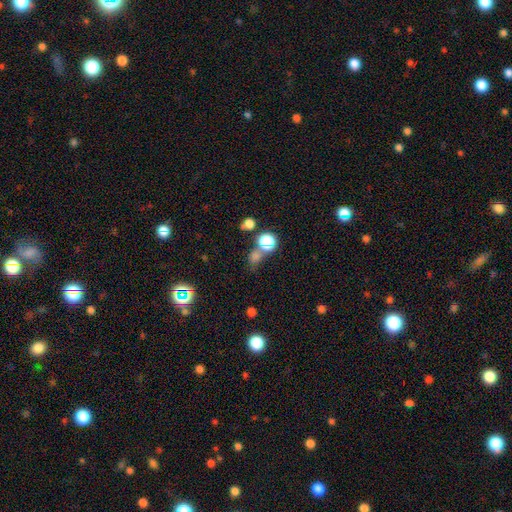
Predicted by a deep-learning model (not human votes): A smooth galaxy with no disk features (67%) that is round (76%). Merging: none (55%).